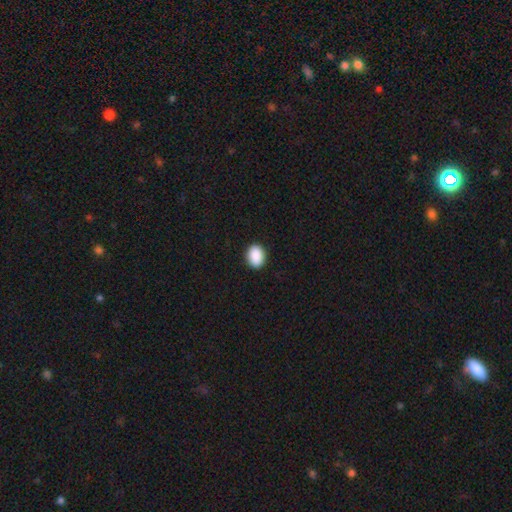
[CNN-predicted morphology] A smooth galaxy with no disk features (90%) that is in between round and cigar-shaped (71%). Merging: none (91%).